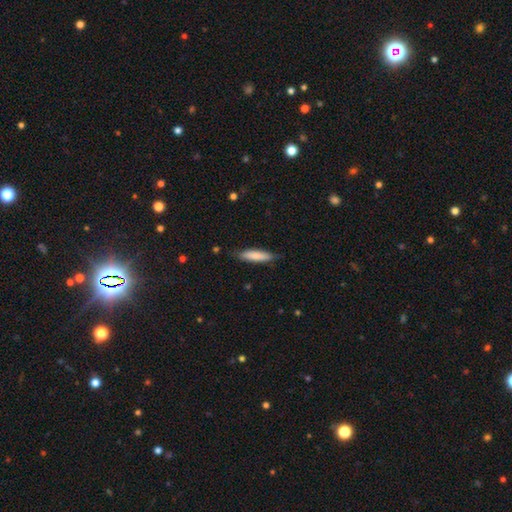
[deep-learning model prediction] Smooth or featured?
  - smooth: 80% *
  - featured or disk: 15%
  - star or artifact: 6%
How rounded?
  - cigar-shaped: 75% *
  - in between: 24%
  - round: 1%
Merging?
  - none: 81% *
  - minor disturbance: 15%
  - major disturbance: 2%
  - merger: 1%